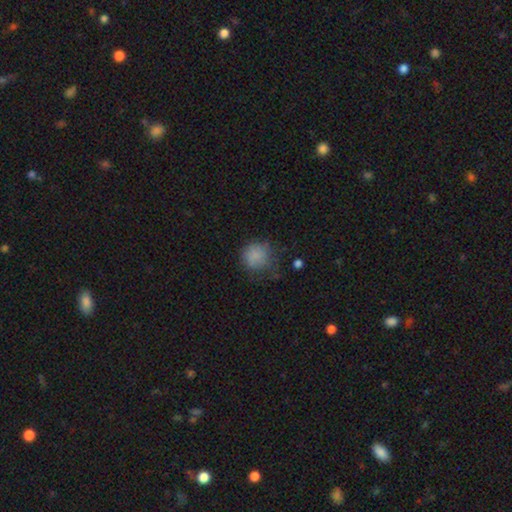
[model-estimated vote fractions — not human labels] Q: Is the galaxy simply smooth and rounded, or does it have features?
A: smooth — 82%.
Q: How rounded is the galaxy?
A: round — 88%.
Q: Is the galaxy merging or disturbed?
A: none — 60%.